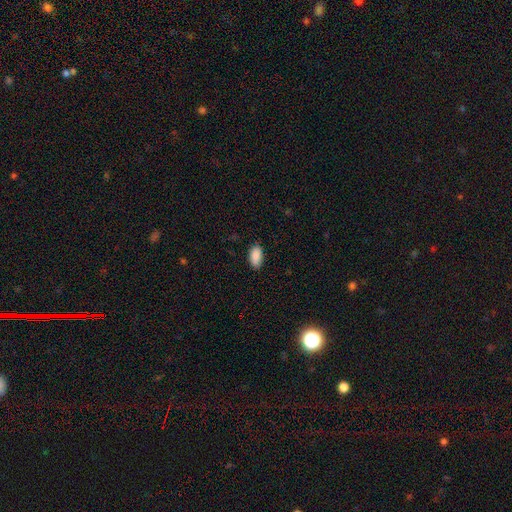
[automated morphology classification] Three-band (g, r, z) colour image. It shows a smooth galaxy with no disk features (88%) that is in between round and cigar-shaped (94%). Merging: none (83%).